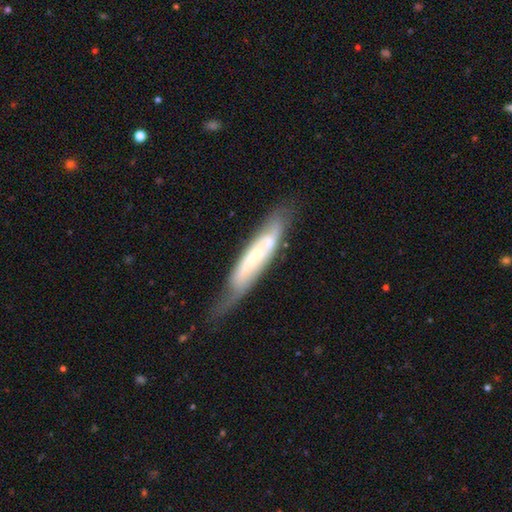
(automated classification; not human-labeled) Q: Smooth or featured?
A: featured or disk (65%); runner-up: smooth (29%)
Q: Edge-on disk?
A: no (59%); runner-up: yes (41%)
Q: Merging?
A: none (55%); runner-up: minor disturbance (27%)